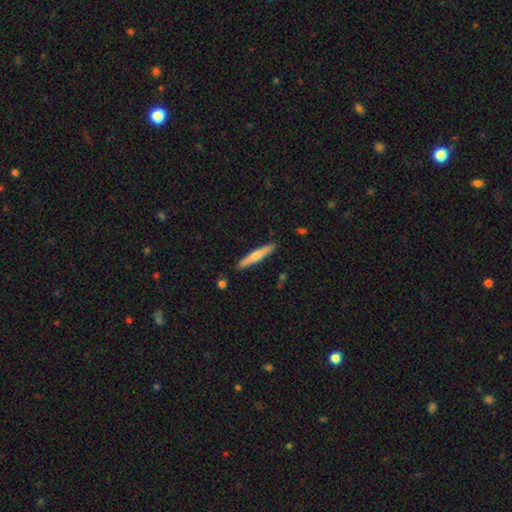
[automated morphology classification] A smooth galaxy with no disk features (64%) that is cigar-shaped (93%). Merging: none (89%).